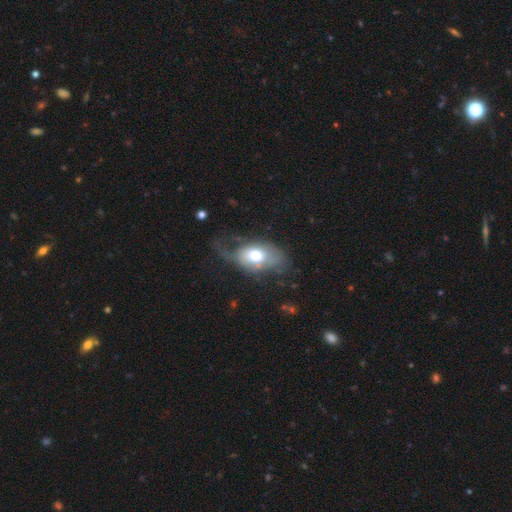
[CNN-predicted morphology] smooth-or-featured: smooth: 56% | featured or disk: 36% | star or artifact: 8%
  how-rounded: in between: 84% | round: 13% | cigar-shaped: 2%
  merging: major disturbance: 37% | none: 32% | minor disturbance: 27% | merger: 3%